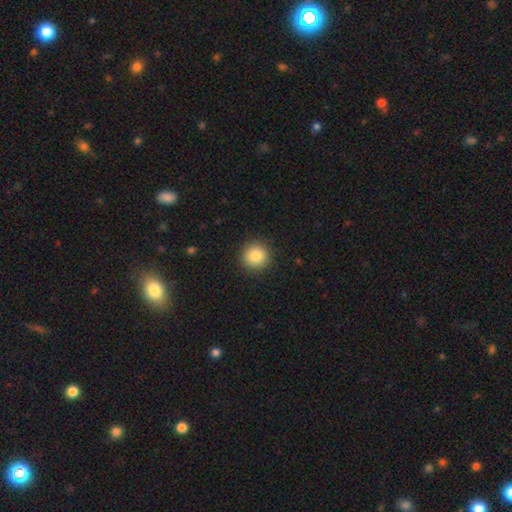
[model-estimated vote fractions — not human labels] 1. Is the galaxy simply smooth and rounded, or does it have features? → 85% smooth, 9% star or artifact, 5% featured or disk.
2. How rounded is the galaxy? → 94% round, 5% in between, 1% cigar-shaped.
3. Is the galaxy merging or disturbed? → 92% none, 5% minor disturbance, 2% major disturbance, 1% merger.